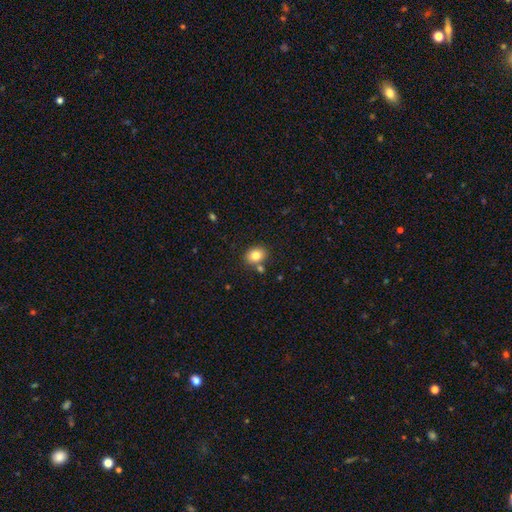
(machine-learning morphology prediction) type=smooth (81%); roundness=in between (53%); merging=none (75%).